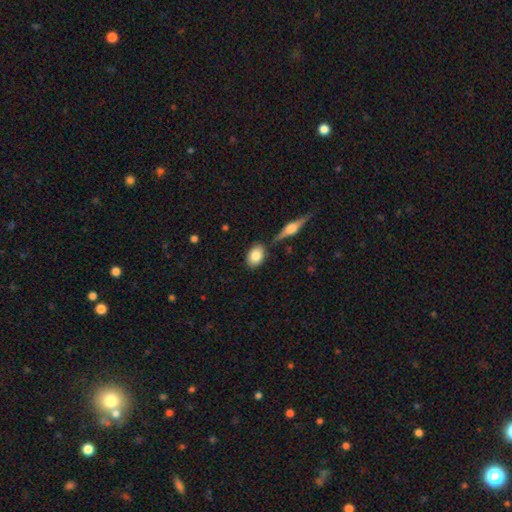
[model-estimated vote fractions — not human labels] Morphology: type=smooth (80%); roundness=in between (78%); merging=none (76%).